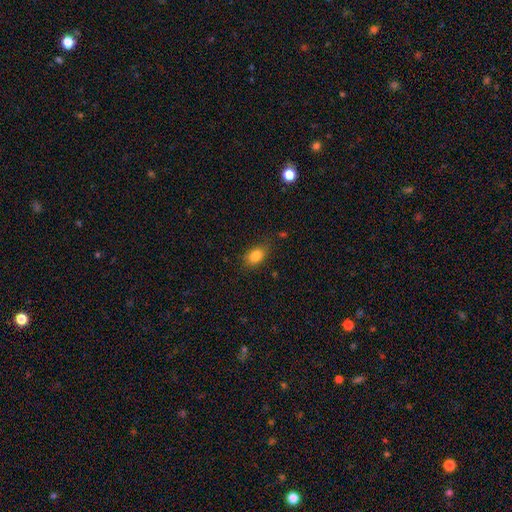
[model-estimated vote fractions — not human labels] smooth_or_featured: smooth (p=0.83) [alt: star or artifact p=0.10]
how_rounded: in between (p=0.79) [alt: round p=0.19]
merging: none (p=0.78) [alt: minor disturbance p=0.16]